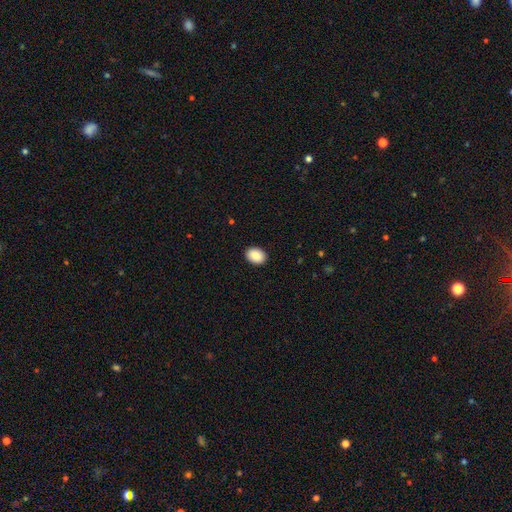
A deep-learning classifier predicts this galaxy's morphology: This is clearly a smooth galaxy (88%). How rounded: likely in between (68%). Merging: clearly none (91%).